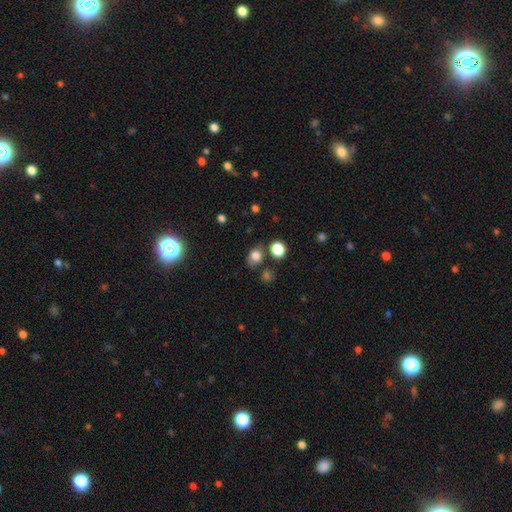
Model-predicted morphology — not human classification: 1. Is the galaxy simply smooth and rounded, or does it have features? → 77% smooth, 14% star or artifact, 9% featured or disk.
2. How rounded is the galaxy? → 58% in between, 41% round, 1% cigar-shaped.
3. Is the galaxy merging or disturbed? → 70% none, 16% minor disturbance, 9% merger, 5% major disturbance.